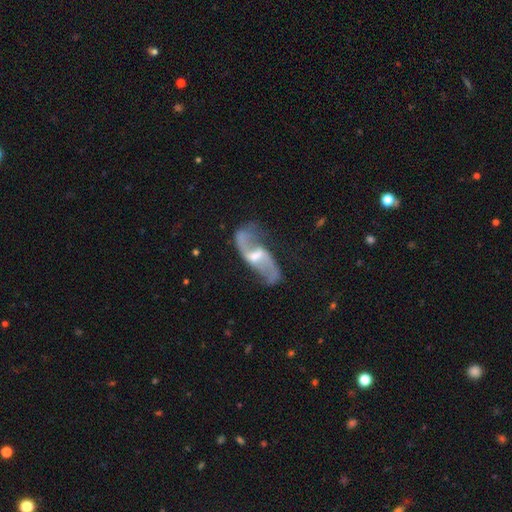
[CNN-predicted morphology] A featured or disk galaxy (87%) with a weak bar (53%), 2 (92%) loose (74%) spiral arms (94%) and a moderate central bulge (42%).

Vote fractions:
- Smooth or featured? featured or disk: 87% / smooth: 7% / star or artifact: 6%
- Edge-on disk? no: 94% / yes: 6%
- Bar? weak: 53% / strong: 27% / no: 20%
- Spiral arms? yes: 94% / no: 6%
- Spiral winding? loose: 74% / medium: 21% / tight: 5%
- Spiral arm count? 2: 92% / can't tell: 3% / 1: 2% / 3: 1% / 4: 1% / more than 4: 1%
- Bulge size? moderate: 42% / small: 41% / none: 11% / large: 5% / dominant: 1%
- Merging? none: 66% / minor disturbance: 17% / major disturbance: 13% / merger: 4%